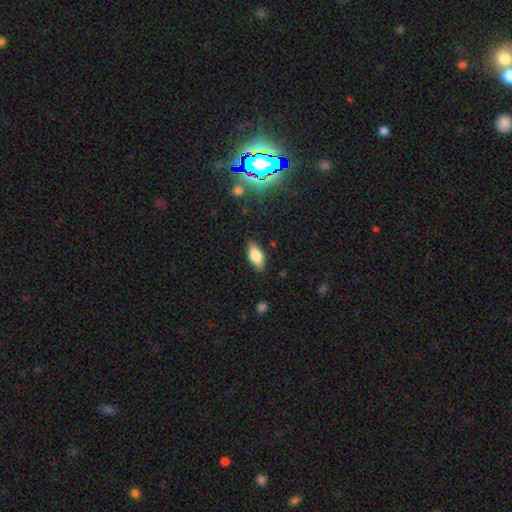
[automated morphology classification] Smooth or featured: smooth — 76% (featured or disk — 16%)
How rounded: in between — 86% (cigar-shaped — 11%)
Merging: none — 84% (minor disturbance — 12%)